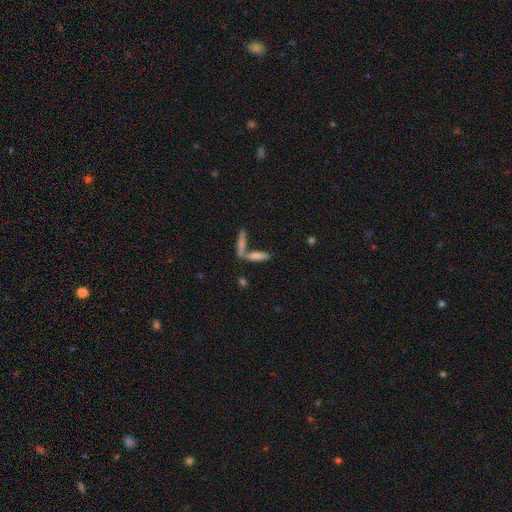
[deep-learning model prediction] Smooth or featured? smooth (59%)
How rounded? cigar-shaped (73%)
Merging? none (46%)